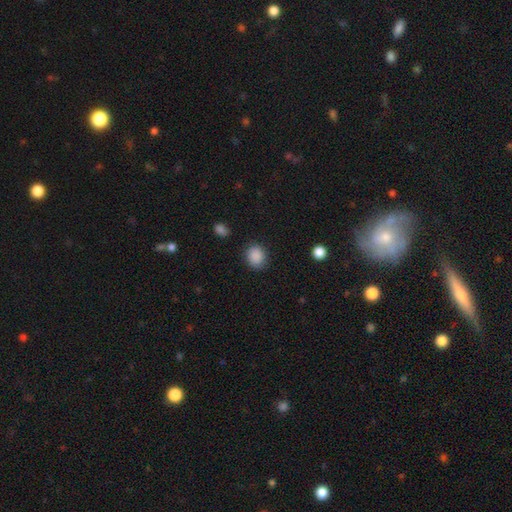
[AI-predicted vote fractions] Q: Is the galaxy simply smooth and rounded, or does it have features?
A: smooth — 88%.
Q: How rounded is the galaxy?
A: round — 66%.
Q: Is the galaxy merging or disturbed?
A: none — 86%.